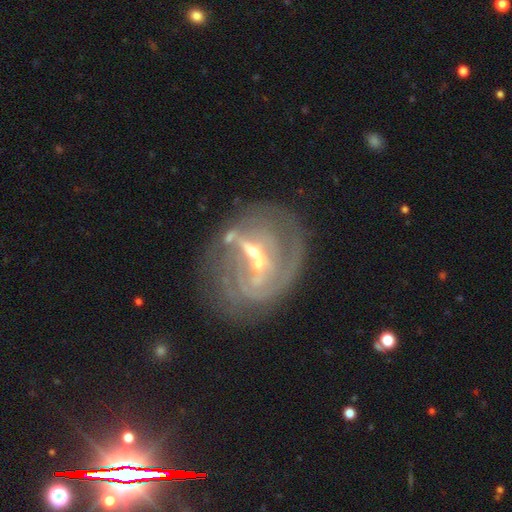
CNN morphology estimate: type=featured or disk (80%); edge-on=no (94%); bar=strong (41%); spiral arms=yes (71%); winding=tight (56%); arm count=can't tell (39%); bulge=small (60%); merging=none (42%).